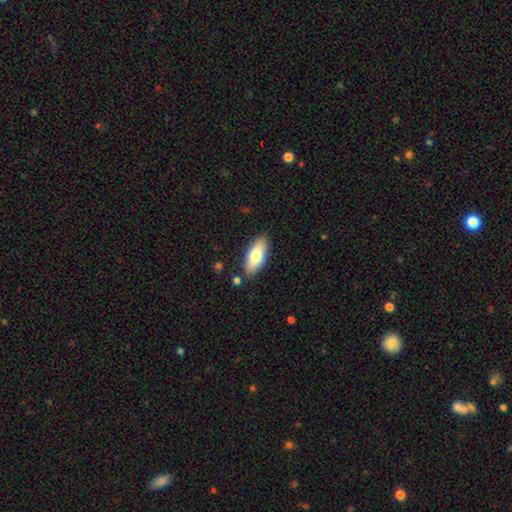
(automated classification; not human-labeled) Smooth or featured?
  - smooth: 73% *
  - featured or disk: 21%
  - star or artifact: 6%
How rounded?
  - in between: 79% *
  - cigar-shaped: 18%
  - round: 2%
Merging?
  - none: 86% *
  - minor disturbance: 10%
  - merger: 3%
  - major disturbance: 2%